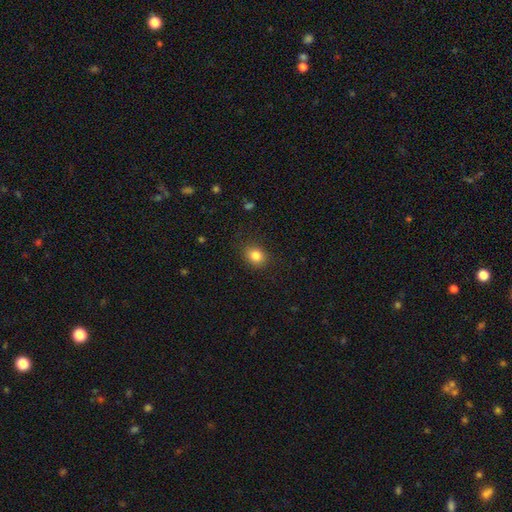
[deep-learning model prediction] This appears to be a smooth galaxy with no disk features (84%) that is round (60%). Merging: none (86%).